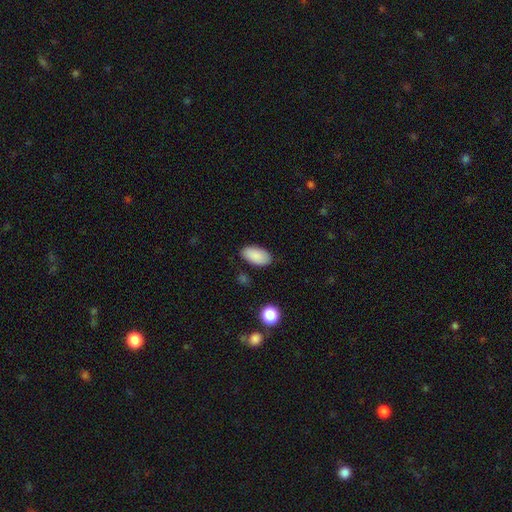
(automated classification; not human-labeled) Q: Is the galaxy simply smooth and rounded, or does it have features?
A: smooth — 89%.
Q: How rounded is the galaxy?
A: in between — 95%.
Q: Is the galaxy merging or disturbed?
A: none — 84%.